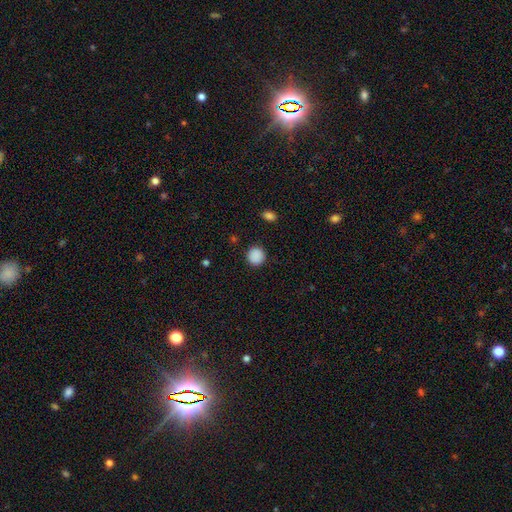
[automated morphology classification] A smooth galaxy with no disk features (89%) that is round (93%). Merging: none (91%).